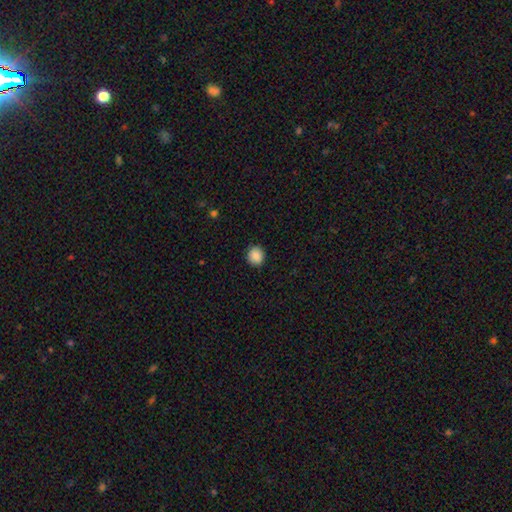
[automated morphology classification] smooth 88%, star or artifact 9%, featured or disk 4%. Down the decision tree: how rounded — round (85%); merging — none (90%).